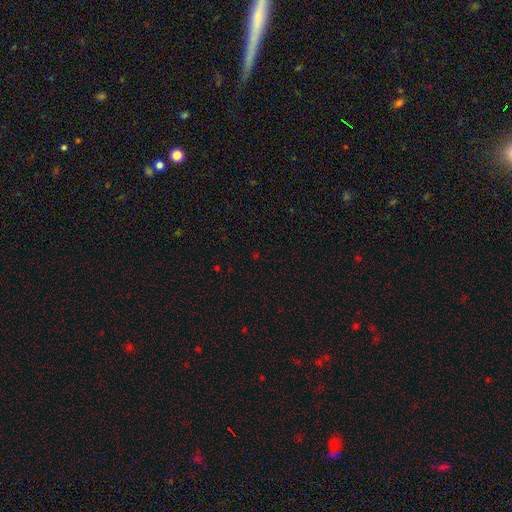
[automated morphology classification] Smooth or featured: star or artifact — 64% (smooth — 29%)